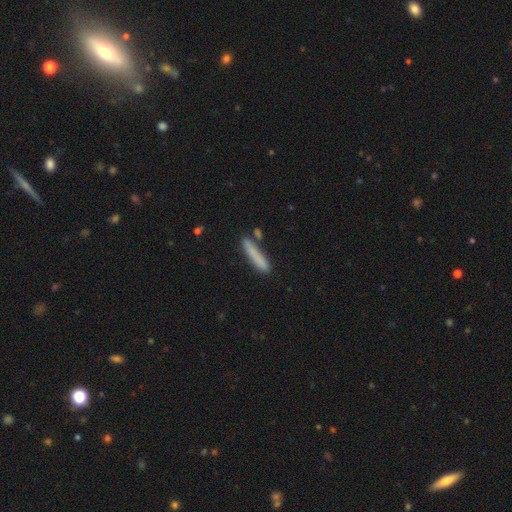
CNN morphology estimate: Smooth or featured? smooth (80%)
How rounded? cigar-shaped (91%)
Merging? none (78%)